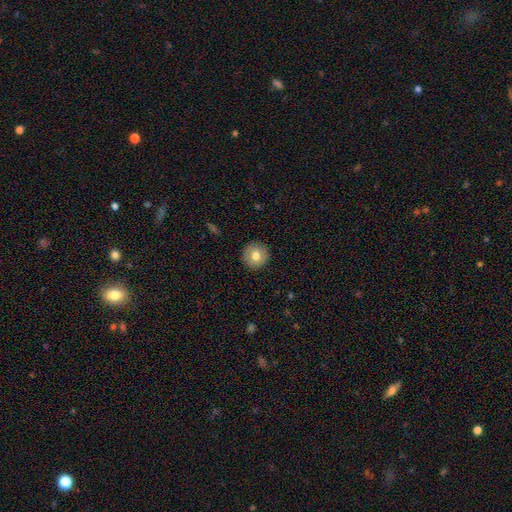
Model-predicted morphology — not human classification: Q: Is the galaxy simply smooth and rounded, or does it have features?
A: smooth — 76%.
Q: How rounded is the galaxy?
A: round — 94%.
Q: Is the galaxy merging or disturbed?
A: none — 91%.